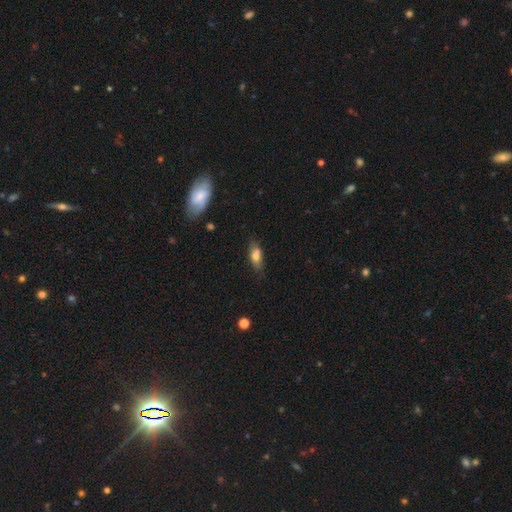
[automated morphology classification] smooth-or-featured: smooth: 70% | featured or disk: 21% | star or artifact: 9%
  how-rounded: in between: 75% | cigar-shaped: 20% | round: 5%
  merging: none: 61% | minor disturbance: 20% | merger: 13% | major disturbance: 5%